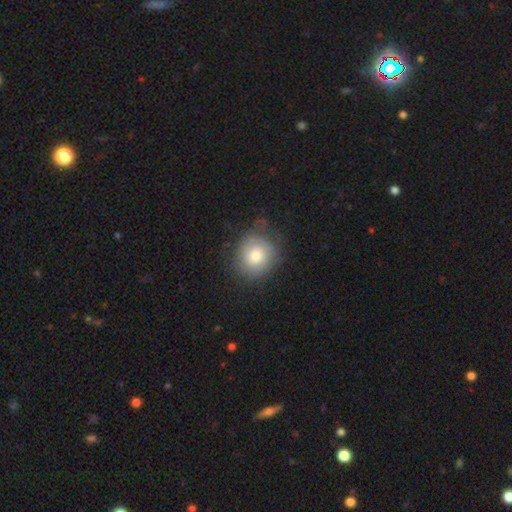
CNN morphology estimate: Smooth or featured?
  - smooth: 71% *
  - featured or disk: 21%
  - star or artifact: 9%
How rounded?
  - round: 84% *
  - in between: 15%
  - cigar-shaped: 1%
Merging?
  - none: 64% *
  - minor disturbance: 24%
  - major disturbance: 10%
  - merger: 2%